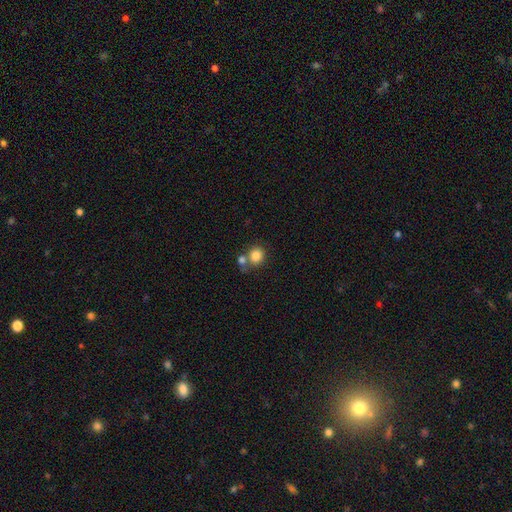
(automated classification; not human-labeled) A smooth galaxy with no disk features (84%) that is round (76%). Merging: none (52%).